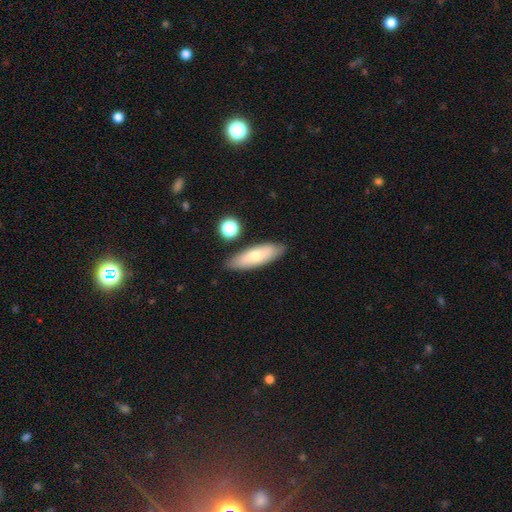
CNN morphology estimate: This is likely a smooth galaxy (67%). How rounded: possibly in between (55%). Merging: clearly none (82%).